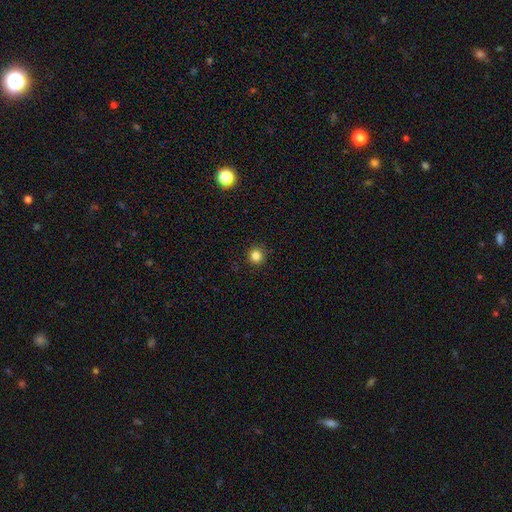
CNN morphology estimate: smooth-or-featured: smooth: 83% | star or artifact: 12% | featured or disk: 4%
  how-rounded: round: 94% | in between: 5% | cigar-shaped: 1%
  merging: none: 92% | minor disturbance: 6% | major disturbance: 2% | merger: 1%